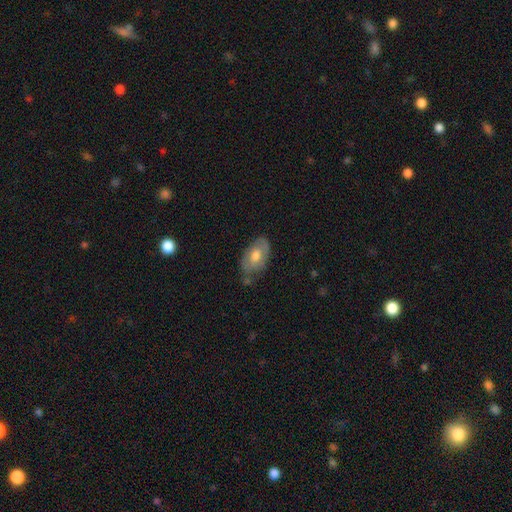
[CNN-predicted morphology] smooth_or_featured: smooth (p=0.52) [alt: featured or disk p=0.41]
how_rounded: in between (p=0.91) [alt: round p=0.06]
merging: none (p=0.60) [alt: minor disturbance p=0.29]